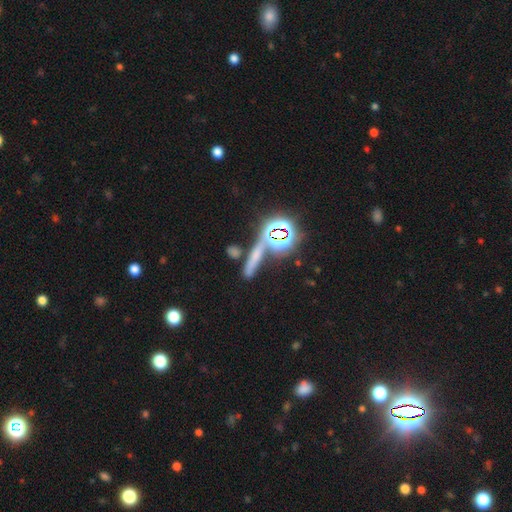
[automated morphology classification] Smooth or featured? Predicted: smooth (p=0.45). Merging? Predicted: none (p=0.63).